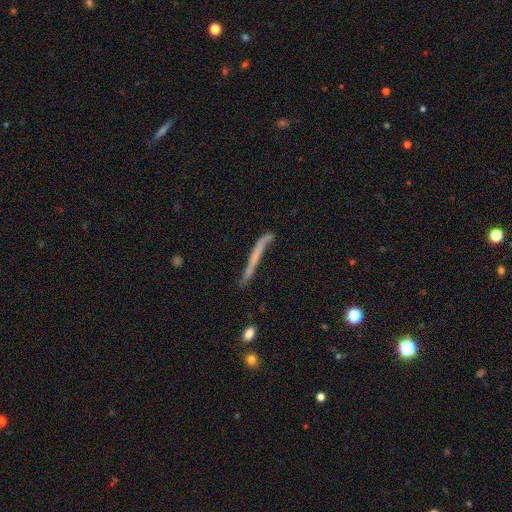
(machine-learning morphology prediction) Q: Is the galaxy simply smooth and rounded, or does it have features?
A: featured or disk — 48%.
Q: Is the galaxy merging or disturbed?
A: none — 55%.